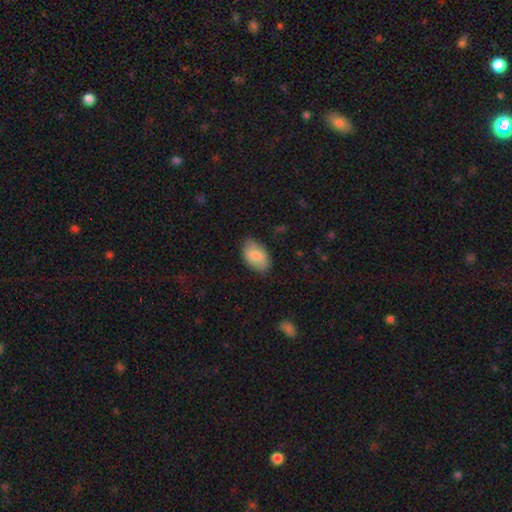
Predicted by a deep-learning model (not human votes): Smooth or featured?
  - smooth: 79% *
  - featured or disk: 15%
  - star or artifact: 6%
How rounded?
  - in between: 93% *
  - round: 6%
  - cigar-shaped: 2%
Merging?
  - none: 80% *
  - minor disturbance: 16%
  - major disturbance: 3%
  - merger: 1%